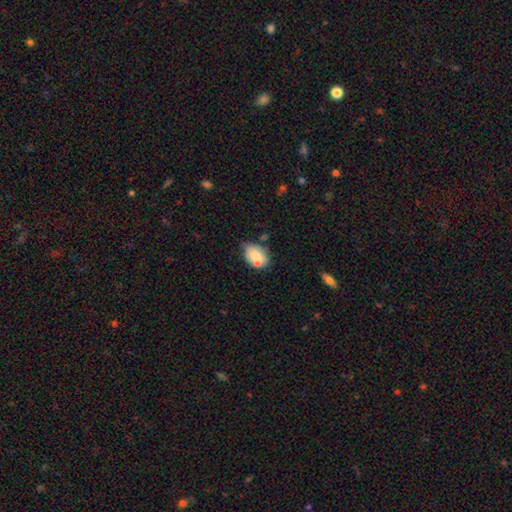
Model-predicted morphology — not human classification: Smooth or featured? smooth (71%)
How rounded? in between (80%)
Merging? none (50%)